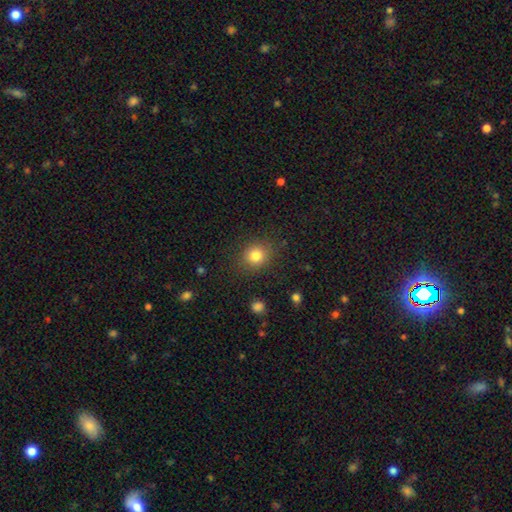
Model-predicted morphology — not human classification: smooth-or-featured: smooth: 82% | star or artifact: 12% | featured or disk: 7%
  how-rounded: round: 74% | in between: 25% | cigar-shaped: 1%
  merging: none: 86% | minor disturbance: 9% | major disturbance: 3% | merger: 1%